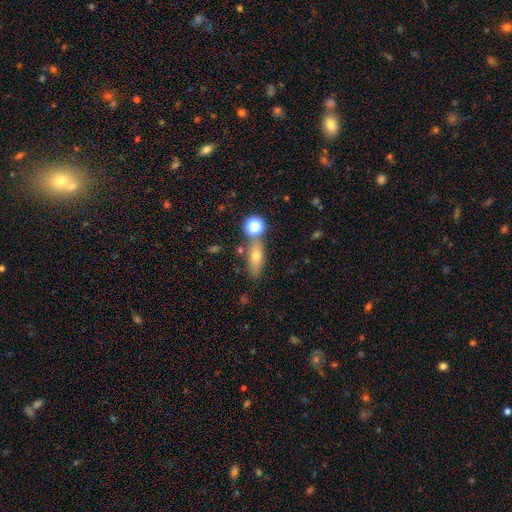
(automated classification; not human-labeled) This appears to be a smooth galaxy with no disk features (61%) that is in between round and cigar-shaped (55%). Merging: none (69%).